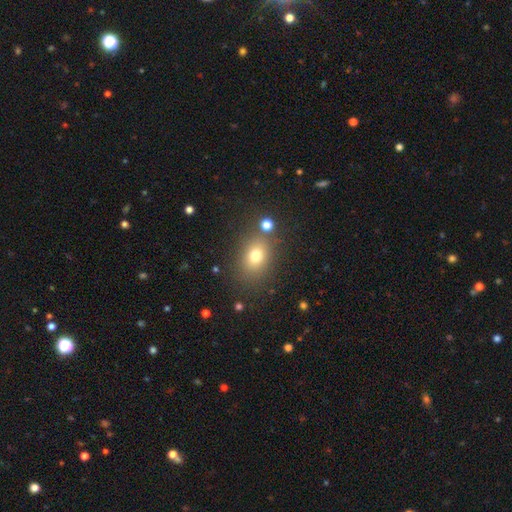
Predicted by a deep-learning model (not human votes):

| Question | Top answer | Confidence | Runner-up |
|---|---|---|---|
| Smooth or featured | smooth | 74% | star or artifact (14%) |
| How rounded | in between | 60% | round (39%) |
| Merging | none | 78% | minor disturbance (11%) |